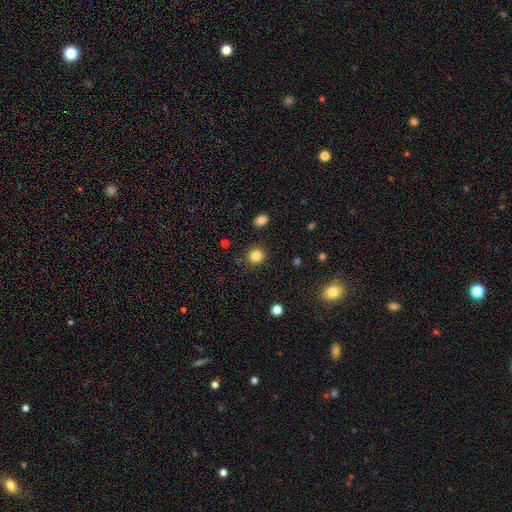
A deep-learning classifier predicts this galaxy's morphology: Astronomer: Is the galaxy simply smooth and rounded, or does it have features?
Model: smooth — 84%.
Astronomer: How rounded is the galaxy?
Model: round — 87%.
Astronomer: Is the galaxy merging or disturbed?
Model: none — 89%.